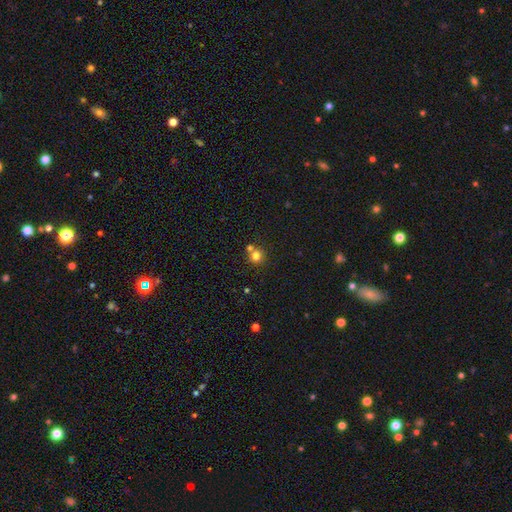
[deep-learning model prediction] Smooth or featured?
  - smooth: 78% *
  - star or artifact: 14%
  - featured or disk: 8%
How rounded?
  - round: 90% *
  - in between: 9%
  - cigar-shaped: 1%
Merging?
  - none: 62% *
  - merger: 28%
  - minor disturbance: 7%
  - major disturbance: 2%